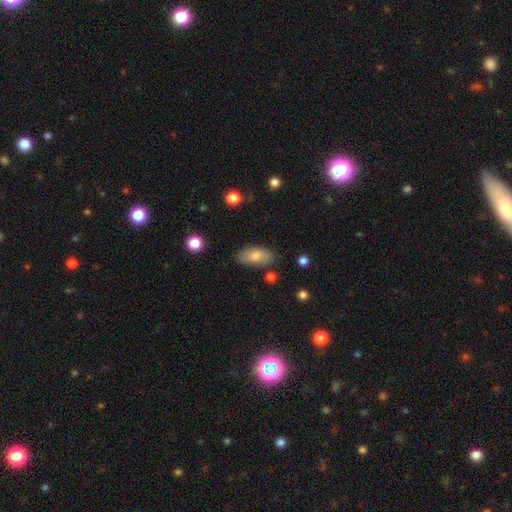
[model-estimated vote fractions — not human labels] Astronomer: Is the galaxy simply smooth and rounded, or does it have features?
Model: smooth — 75%.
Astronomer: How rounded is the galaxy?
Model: in between — 90%.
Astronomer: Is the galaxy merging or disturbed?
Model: none — 77%.